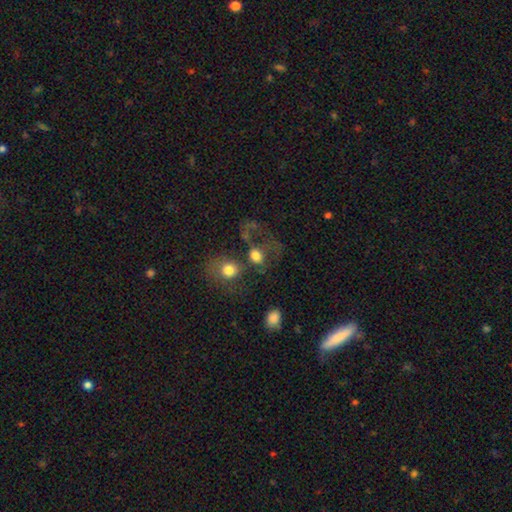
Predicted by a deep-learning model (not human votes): This is likely a smooth galaxy (68%). How rounded: likely round (60%). Merging: marginally merger (39%).